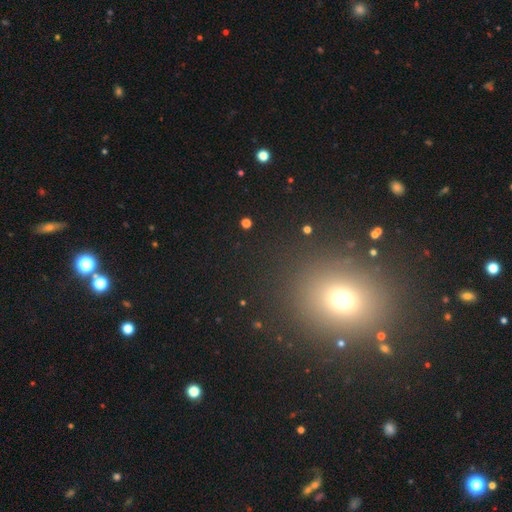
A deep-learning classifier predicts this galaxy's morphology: smooth-or-featured: smooth: 55% | star or artifact: 36% | featured or disk: 8%
  how-rounded: round: 68% | in between: 30% | cigar-shaped: 2%
  merging: none: 89% | minor disturbance: 6% | major disturbance: 3% | merger: 2%